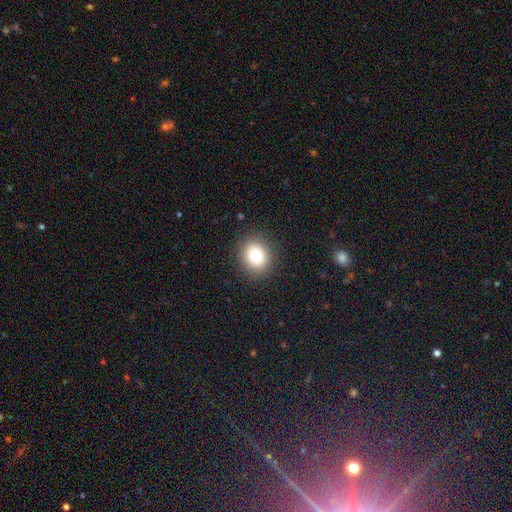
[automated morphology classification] The model was most divided on "how rounded": round: 79%, in between: 20%, cigar-shaped: 1%. More confident: merging — none (90%); smooth or featured — smooth (78%).